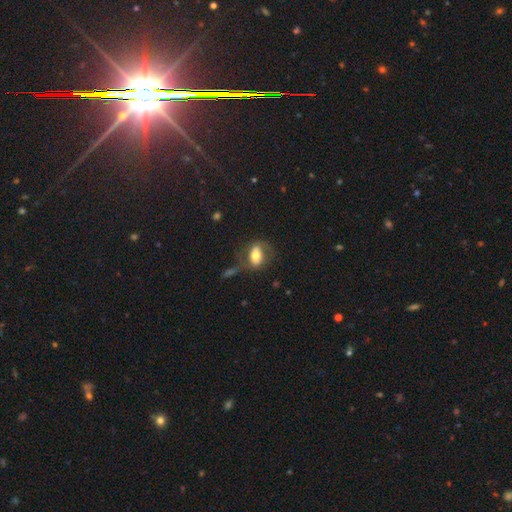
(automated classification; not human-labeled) A smooth galaxy with no disk features (52%) that is in between round and cigar-shaped (81%).

Vote fractions:
- Smooth or featured? smooth: 52% / featured or disk: 40% / star or artifact: 8%
- How rounded? in between: 81% / round: 15% / cigar-shaped: 4%
- Merging? none: 52% / minor disturbance: 21% / major disturbance: 20% / merger: 7%